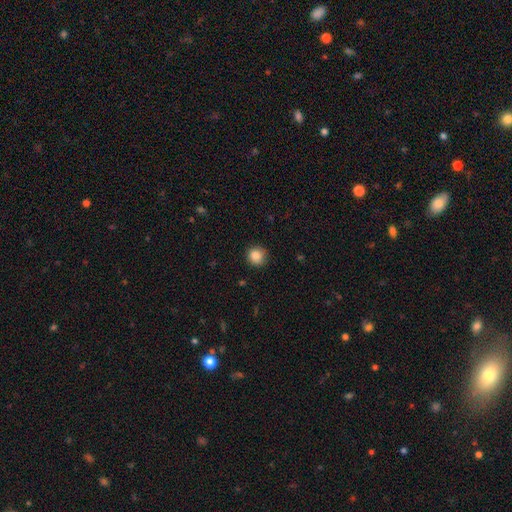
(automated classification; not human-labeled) smooth_or_featured: smooth (p=0.86) [alt: star or artifact p=0.10]
how_rounded: round (p=0.92) [alt: in between p=0.07]
merging: none (p=0.87) [alt: minor disturbance p=0.10]